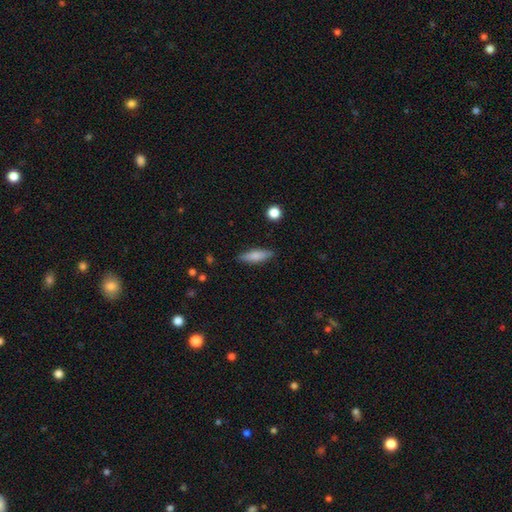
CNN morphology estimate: smooth 75%, featured or disk 18%, star or artifact 7%. Down the decision tree: how rounded — cigar-shaped (57%); merging — none (86%).